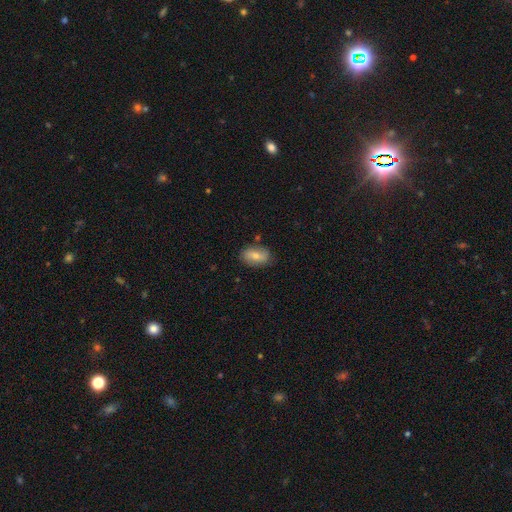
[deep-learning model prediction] This appears to be a smooth galaxy with no disk features (64%) that is in between round and cigar-shaped (88%). Merging: none (80%).